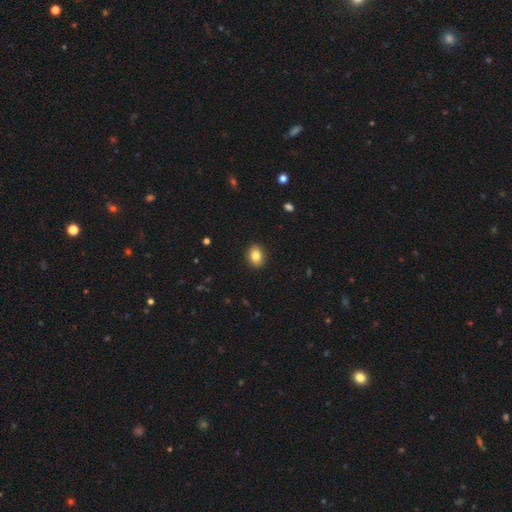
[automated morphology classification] This appears to be a smooth galaxy with no disk features (84%) that is in between round and cigar-shaped (66%). Merging: none (90%).